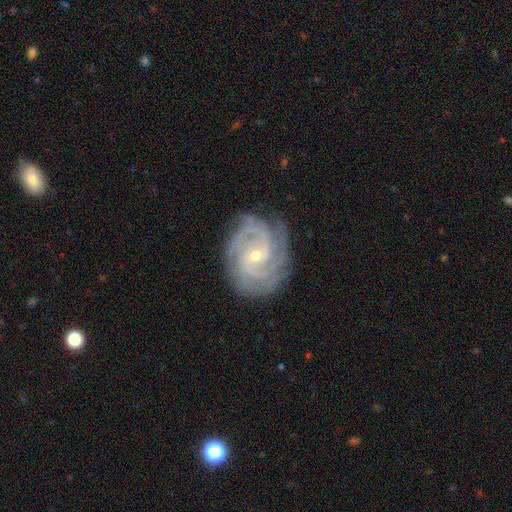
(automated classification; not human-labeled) Smooth or featured? Predicted: featured or disk (p=0.91). Edge-on disk? Predicted: no (p=0.98). Bar? Predicted: no (p=0.63). Spiral arms? Predicted: yes (p=0.98). Spiral winding? Predicted: tight (p=0.72). Spiral arm count? Predicted: 3 (p=0.33). Bulge size? Predicted: small (p=0.66). Merging? Predicted: none (p=0.79).